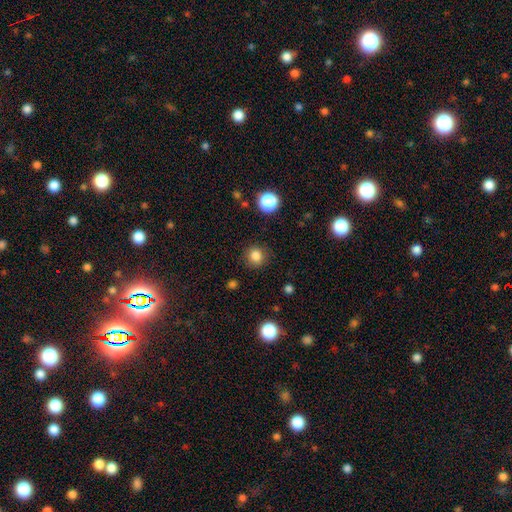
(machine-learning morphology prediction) Overall: smooth (83%). How rounded: round (90%). Merging: none (88%).